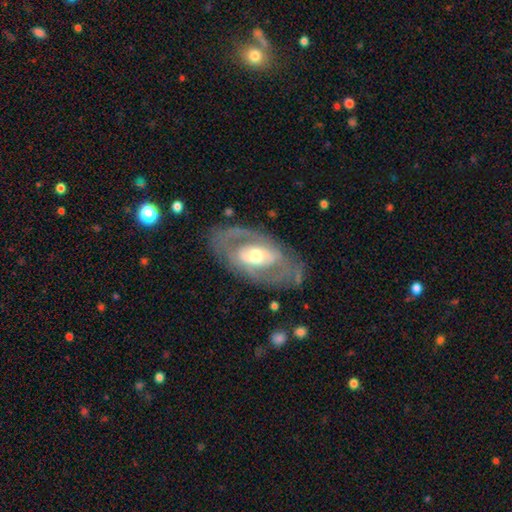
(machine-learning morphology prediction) featured or disk 75%, smooth 20%, star or artifact 5%. Down the decision tree: edge-on disk — no (91%); bar — no (43%); spiral arms — yes (54%); bulge size — moderate (63%); merging — none (74%).